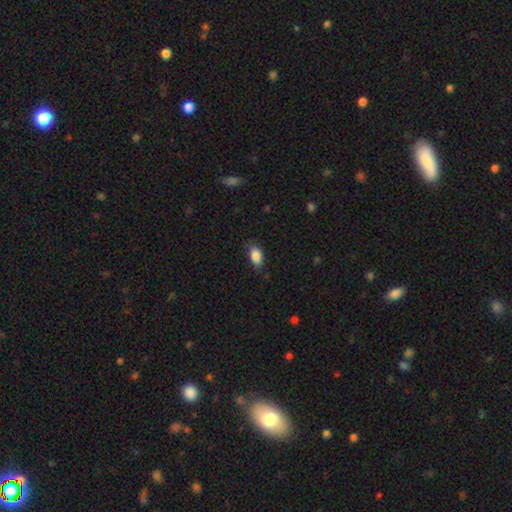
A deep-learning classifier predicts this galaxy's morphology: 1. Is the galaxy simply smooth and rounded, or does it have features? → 87% smooth, 7% star or artifact, 5% featured or disk.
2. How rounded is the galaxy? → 90% in between, 6% round, 4% cigar-shaped.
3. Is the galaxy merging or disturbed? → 78% none, 18% minor disturbance, 3% major disturbance, 1% merger.